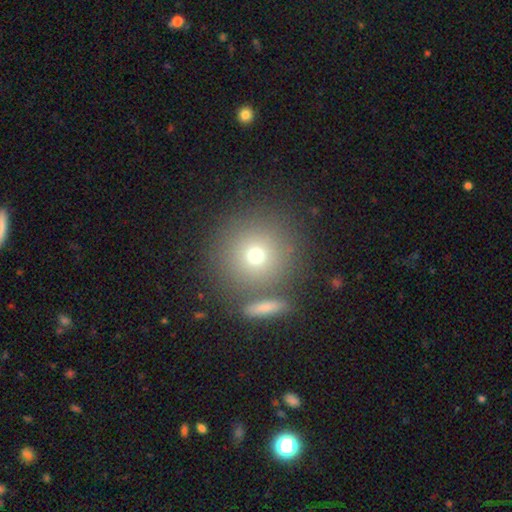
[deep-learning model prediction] Q: Smooth or featured?
A: smooth (70%); runner-up: star or artifact (17%)
Q: How rounded?
A: round (93%); runner-up: in between (6%)
Q: Merging?
A: none (78%); runner-up: merger (10%)